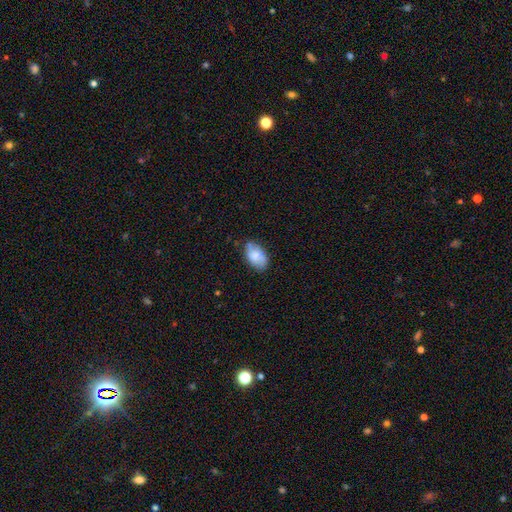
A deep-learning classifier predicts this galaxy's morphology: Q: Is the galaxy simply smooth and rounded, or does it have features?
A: smooth — 76%.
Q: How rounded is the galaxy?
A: in between — 92%.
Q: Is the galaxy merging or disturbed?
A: none — 71%.